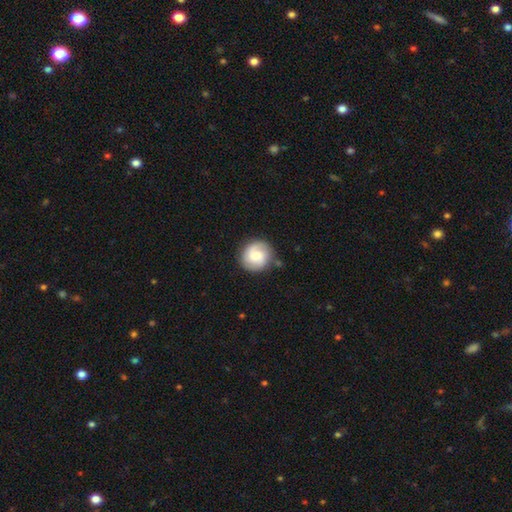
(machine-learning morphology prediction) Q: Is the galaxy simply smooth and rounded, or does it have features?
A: featured or disk — 49%.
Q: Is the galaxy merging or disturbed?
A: none — 79%.